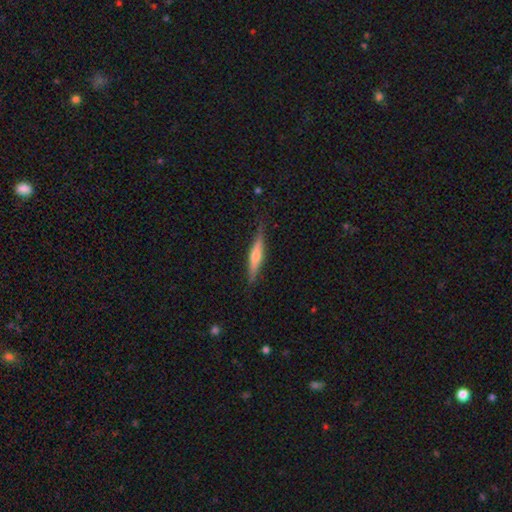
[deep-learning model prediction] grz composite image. It shows a featured or disk galaxy (55%) viewed edge-on (96%) with a rounded central bulge (77%). Merging: none (84%).